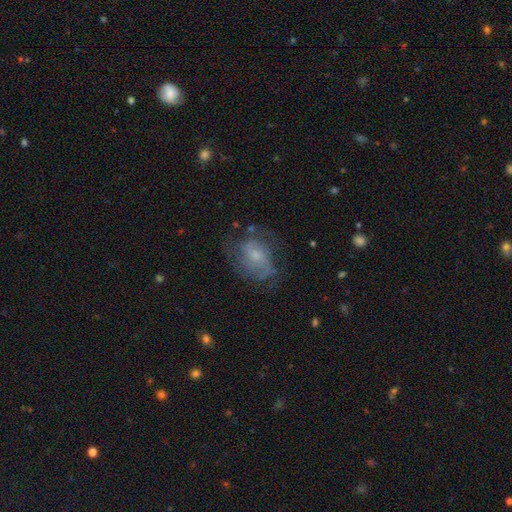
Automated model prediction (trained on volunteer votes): Smooth or featured? featured or disk (57%)
Edge-on disk? no (97%)
Bar? no (63%)
Spiral arms? yes (75%)
Bulge size? small (55%)
Merging? none (53%)